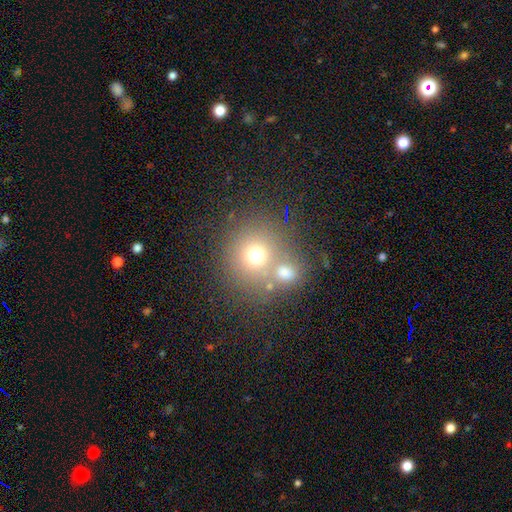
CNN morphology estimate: Smooth or featured? smooth (68%)
How rounded? round (87%)
Merging? none (51%)